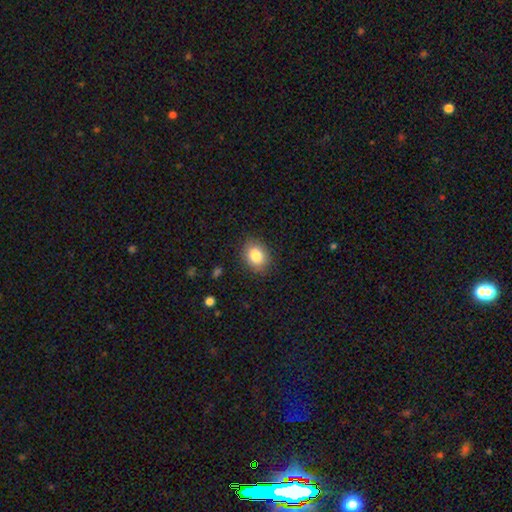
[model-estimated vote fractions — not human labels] This appears to be a smooth galaxy with no disk features (84%) that is in between round and cigar-shaped (53%). Merging: none (87%).